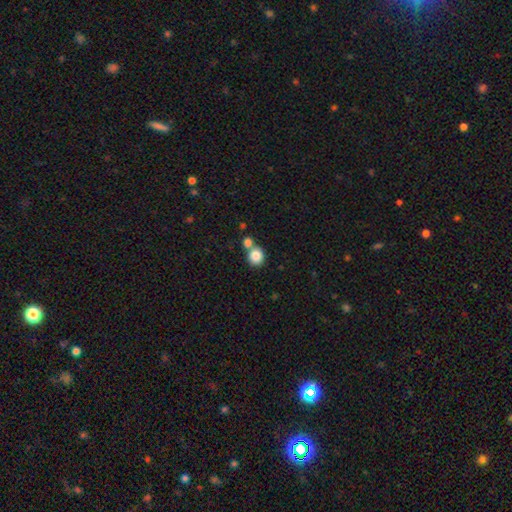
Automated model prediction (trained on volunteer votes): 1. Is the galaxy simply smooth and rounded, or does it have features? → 85% smooth, 9% star or artifact, 6% featured or disk.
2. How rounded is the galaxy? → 86% round, 13% in between, 1% cigar-shaped.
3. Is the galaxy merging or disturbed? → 54% none, 35% merger, 8% minor disturbance, 3% major disturbance.